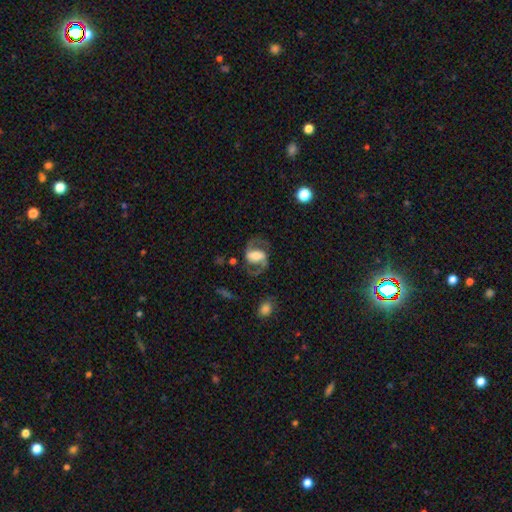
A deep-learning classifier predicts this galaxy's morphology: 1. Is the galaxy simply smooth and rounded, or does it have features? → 75% featured or disk, 18% smooth, 7% star or artifact.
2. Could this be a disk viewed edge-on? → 96% no, 4% yes.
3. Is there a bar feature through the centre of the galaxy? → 45% strong, 36% weak, 19% no.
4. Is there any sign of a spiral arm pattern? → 89% yes, 11% no.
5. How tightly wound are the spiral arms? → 56% medium, 28% loose, 16% tight.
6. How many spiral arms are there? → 90% 2, 4% can't tell, 3% 1, 1% 3, 1% 4, 1% more than 4.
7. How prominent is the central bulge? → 36% large, 34% moderate, 16% small, 8% none, 6% dominant.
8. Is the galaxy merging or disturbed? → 70% none, 15% minor disturbance, 13% major disturbance, 2% merger.